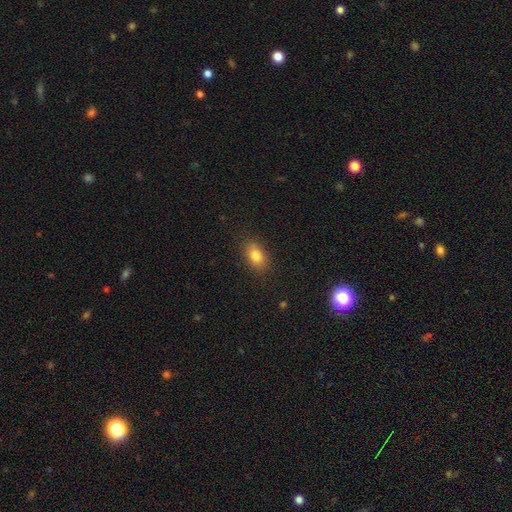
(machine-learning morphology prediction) Smooth or featured?
  - smooth: 81% *
  - star or artifact: 10%
  - featured or disk: 9%
How rounded?
  - in between: 83% *
  - round: 15%
  - cigar-shaped: 2%
Merging?
  - none: 88% *
  - minor disturbance: 9%
  - major disturbance: 2%
  - merger: 1%